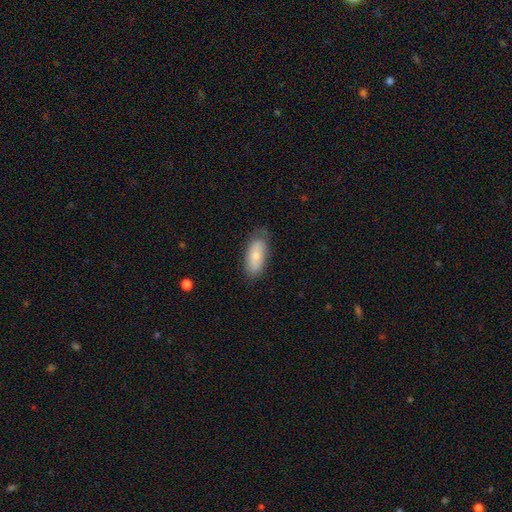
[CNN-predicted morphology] A smooth galaxy with no disk features (71%) that is in between round and cigar-shaped (86%).

Vote fractions:
- Smooth or featured? smooth: 71% / featured or disk: 22% / star or artifact: 6%
- How rounded? in between: 86% / cigar-shaped: 11% / round: 3%
- Merging? none: 73% / minor disturbance: 21% / major disturbance: 5% / merger: 1%